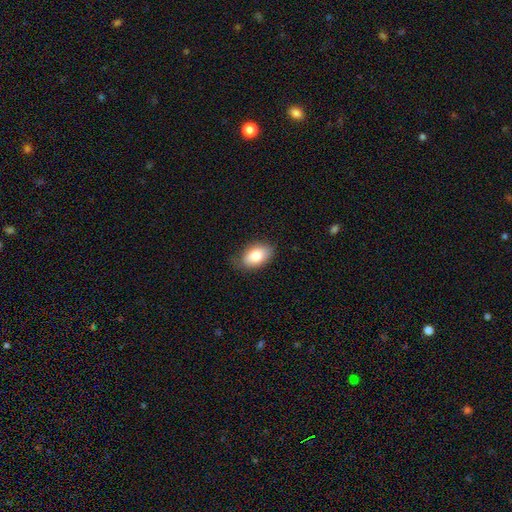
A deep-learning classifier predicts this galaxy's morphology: Q: Smooth or featured?
A: smooth (82%); runner-up: featured or disk (11%)
Q: How rounded?
A: in between (91%); runner-up: round (7%)
Q: Merging?
A: none (79%); runner-up: minor disturbance (17%)